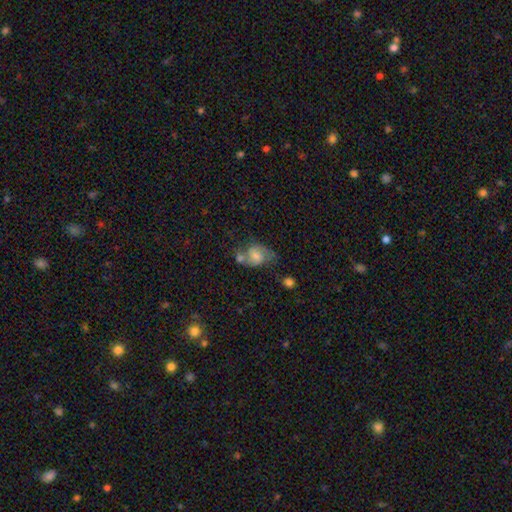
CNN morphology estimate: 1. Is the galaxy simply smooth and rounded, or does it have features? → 46% featured or disk, 44% smooth, 10% star or artifact.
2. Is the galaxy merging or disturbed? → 37% none, 26% merger, 23% minor disturbance, 14% major disturbance.